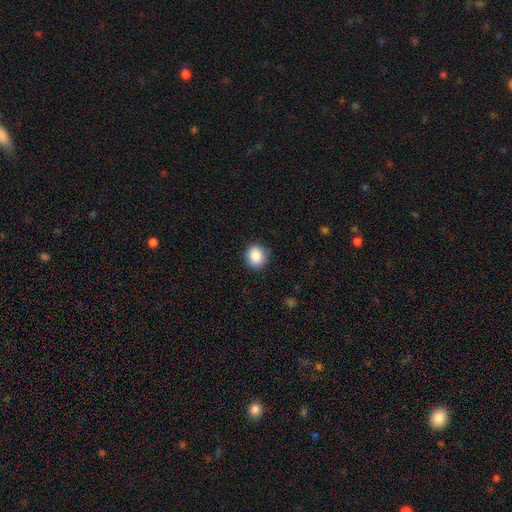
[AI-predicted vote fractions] smooth-or-featured: smooth: 88% | star or artifact: 9% | featured or disk: 3%
  how-rounded: round: 86% | in between: 13% | cigar-shaped: 1%
  merging: none: 88% | minor disturbance: 9% | major disturbance: 2% | merger: 1%